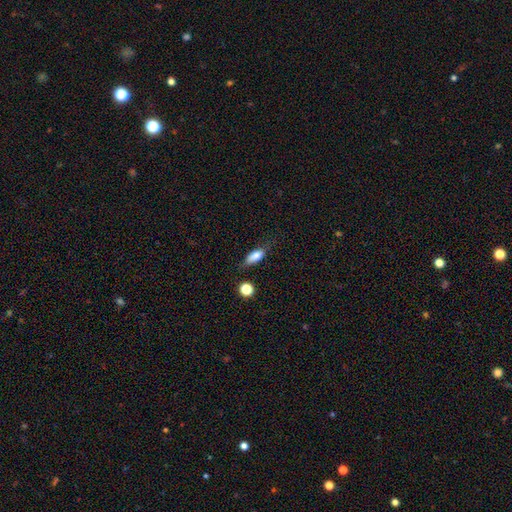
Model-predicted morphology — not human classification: Smooth or featured? Predicted: smooth (p=0.76). How rounded? Predicted: in between (p=0.73). Merging? Predicted: none (p=0.65).